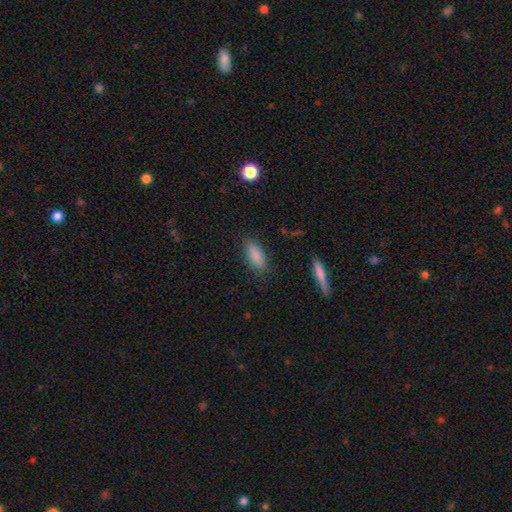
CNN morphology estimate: This appears to be a smooth galaxy with no disk features (87%) that is in between round and cigar-shaped (78%). Merging: none (84%).